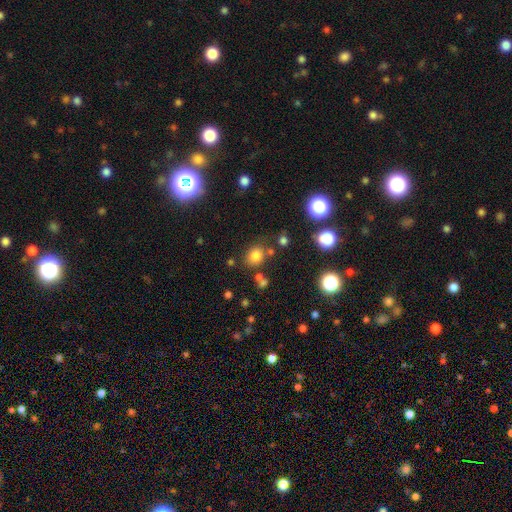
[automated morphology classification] Q: Smooth or featured?
A: smooth (77%); runner-up: star or artifact (16%)
Q: How rounded?
A: round (65%); runner-up: in between (34%)
Q: Merging?
A: none (74%); runner-up: minor disturbance (12%)